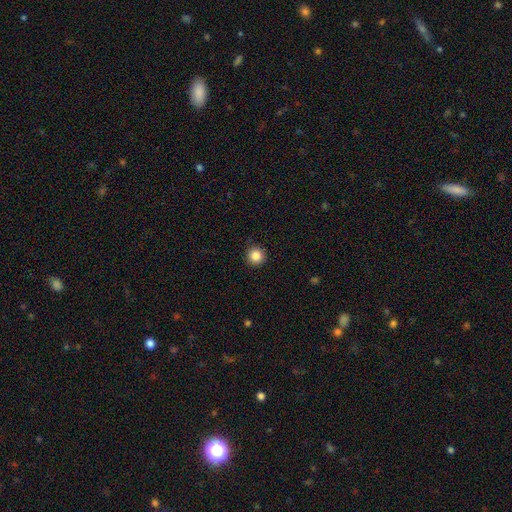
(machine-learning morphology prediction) Overall: smooth (86%). How rounded: round (95%). Merging: none (92%).